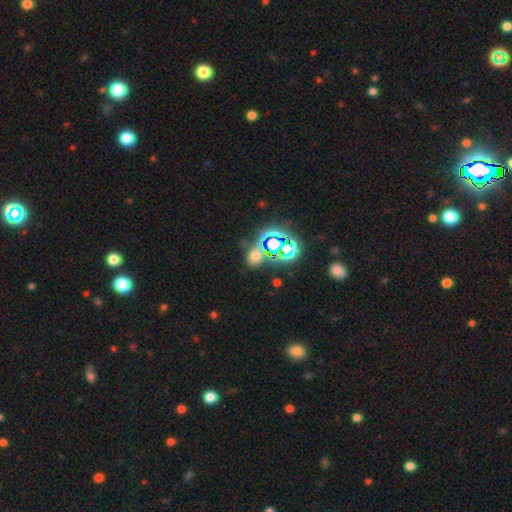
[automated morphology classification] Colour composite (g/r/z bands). It shows a smooth galaxy with no disk features (47%). Merging: none (70%).